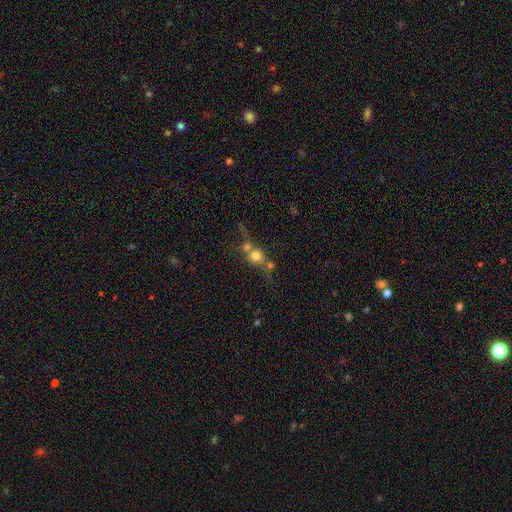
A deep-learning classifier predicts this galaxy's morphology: This appears to be a smooth galaxy with no disk features (63%) that is round (82%). Merging: merger (49%).